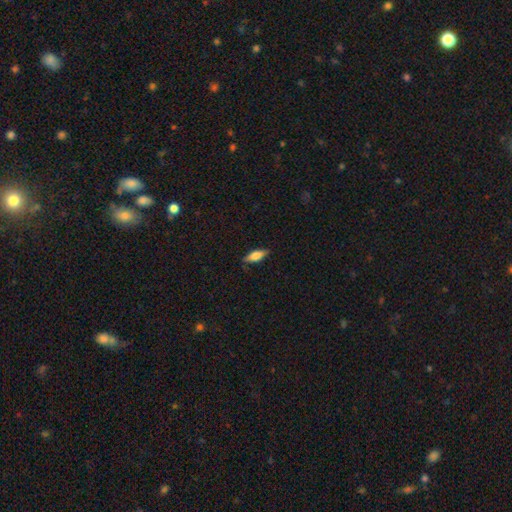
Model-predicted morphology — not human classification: smooth 66%, featured or disk 27%, star or artifact 7%. Down the decision tree: how rounded — in between (65%); merging — none (81%).